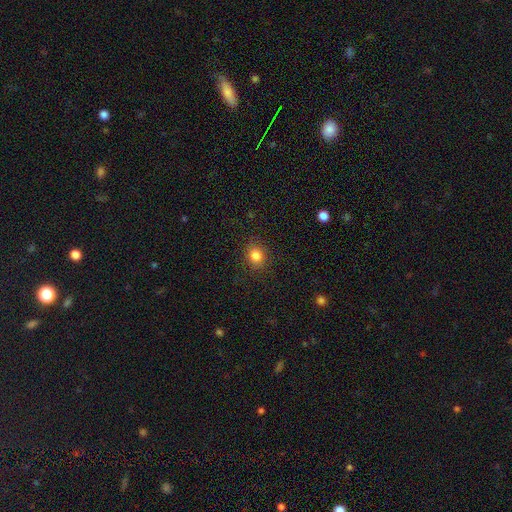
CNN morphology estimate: Smooth or featured?
  - smooth: 84% *
  - star or artifact: 11%
  - featured or disk: 5%
How rounded?
  - round: 59% *
  - in between: 40%
  - cigar-shaped: 1%
Merging?
  - none: 87% *
  - minor disturbance: 9%
  - major disturbance: 3%
  - merger: 1%